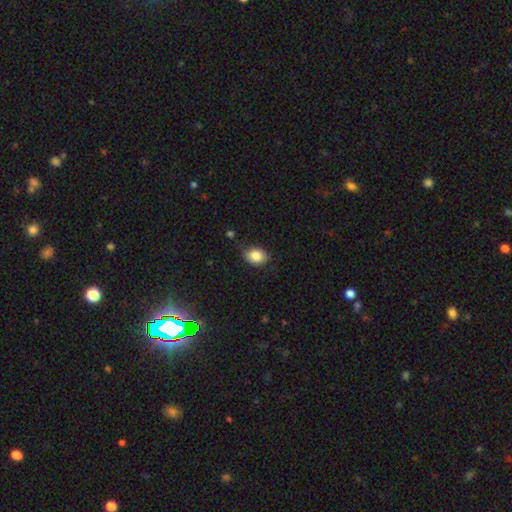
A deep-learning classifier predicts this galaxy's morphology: Overall: smooth (86%). How rounded: in between (66%; round 33%). Merging: none (75%).